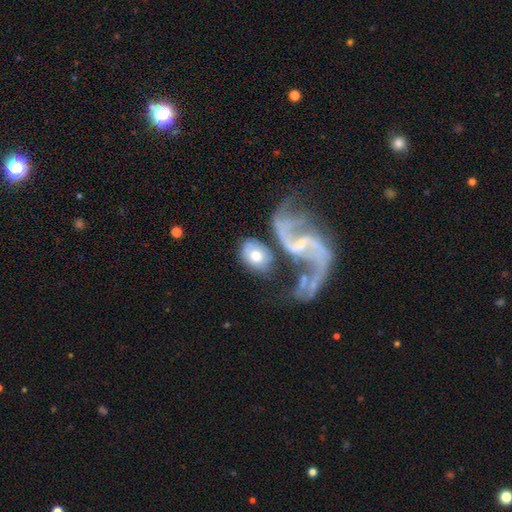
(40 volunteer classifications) Morphology: type=smooth (52%); roundness=in between (95%); merging=merger (39%).